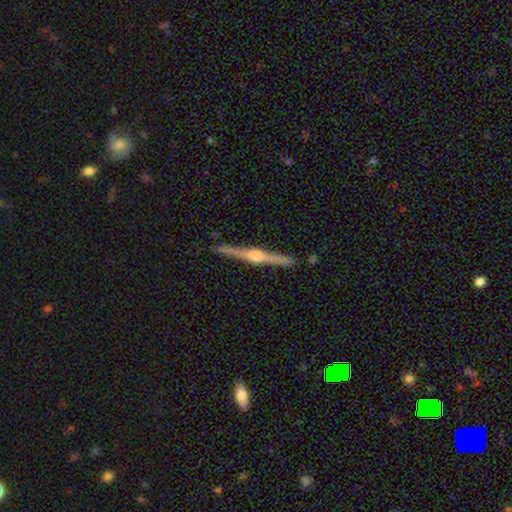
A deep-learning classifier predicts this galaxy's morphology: A featured or disk galaxy (87%) viewed edge-on (99%) with a rounded central bulge (91%). Merging: none (92%).